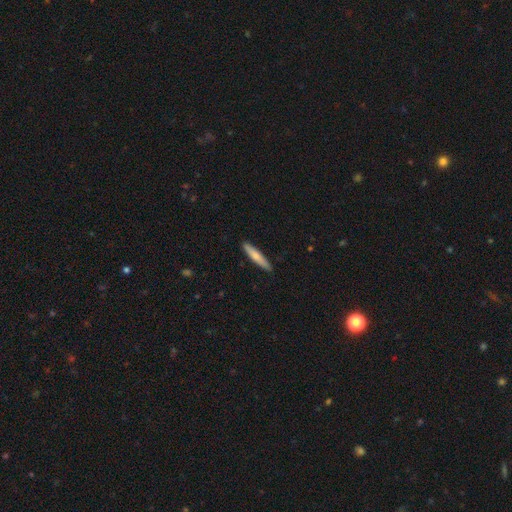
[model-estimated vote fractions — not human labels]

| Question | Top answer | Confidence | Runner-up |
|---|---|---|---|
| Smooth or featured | smooth | 72% | featured or disk (23%) |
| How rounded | cigar-shaped | 90% | in between (9%) |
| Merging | none | 90% | minor disturbance (8%) |